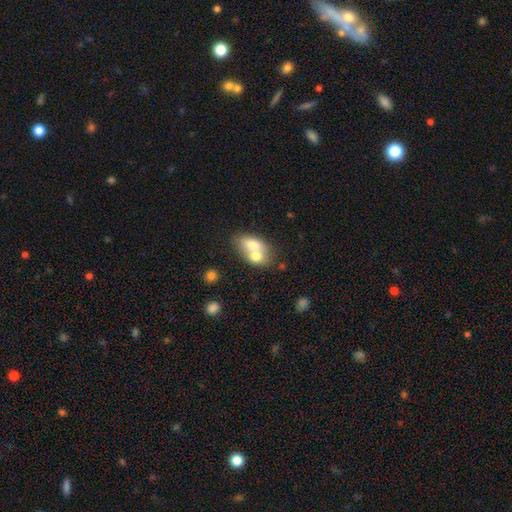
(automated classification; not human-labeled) Smooth or featured?
  - smooth: 69% *
  - featured or disk: 23%
  - star or artifact: 8%
How rounded?
  - in between: 78% *
  - round: 20%
  - cigar-shaped: 2%
Merging?
  - merger: 68% *
  - none: 21%
  - minor disturbance: 7%
  - major disturbance: 4%